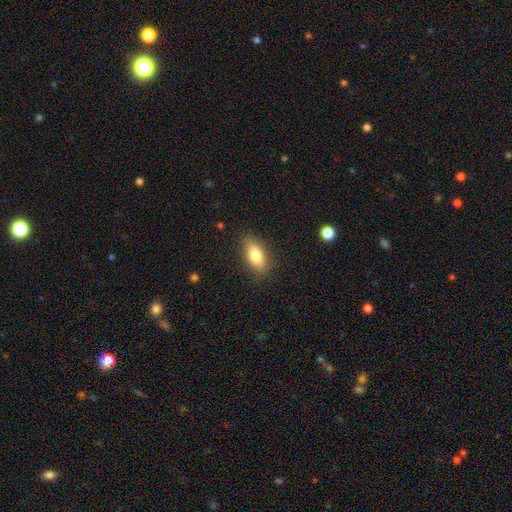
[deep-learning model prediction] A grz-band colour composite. It shows a smooth galaxy with no disk features (78%) that is in between round and cigar-shaped (82%). Merging: none (83%).